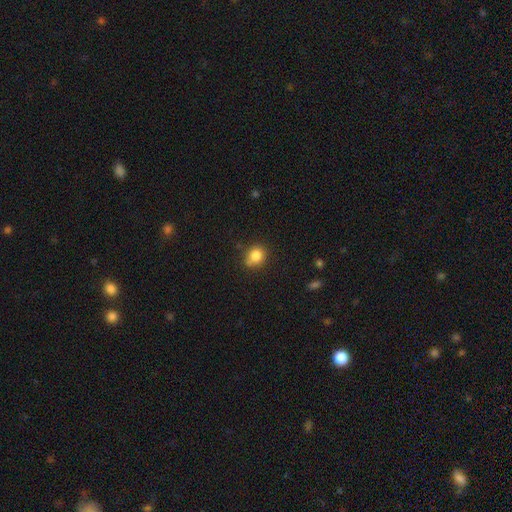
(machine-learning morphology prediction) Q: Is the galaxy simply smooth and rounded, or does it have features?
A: smooth — 83%.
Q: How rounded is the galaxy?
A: round — 74%.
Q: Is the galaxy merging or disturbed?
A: none — 70%.